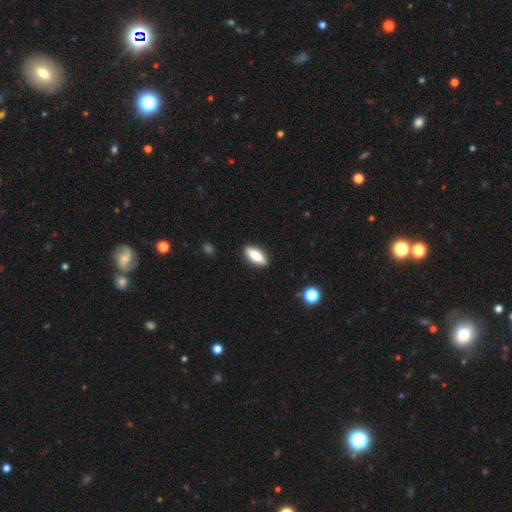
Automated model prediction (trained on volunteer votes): Morphology: type=smooth (71%); roundness=in between (68%); merging=none (89%).